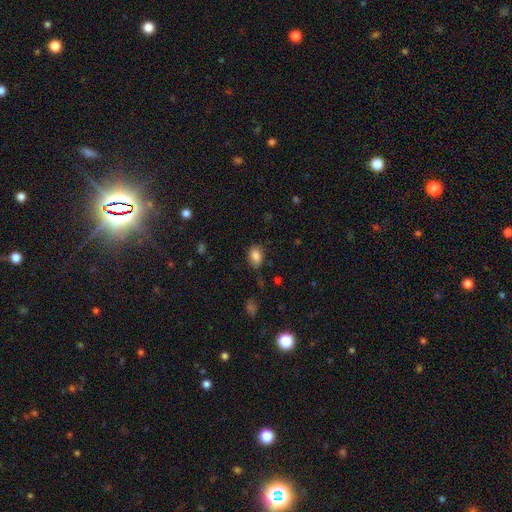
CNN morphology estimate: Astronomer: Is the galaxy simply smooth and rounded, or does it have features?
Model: smooth — 84%.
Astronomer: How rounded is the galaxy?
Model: in between — 75%.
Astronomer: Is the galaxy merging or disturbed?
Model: none — 73%.